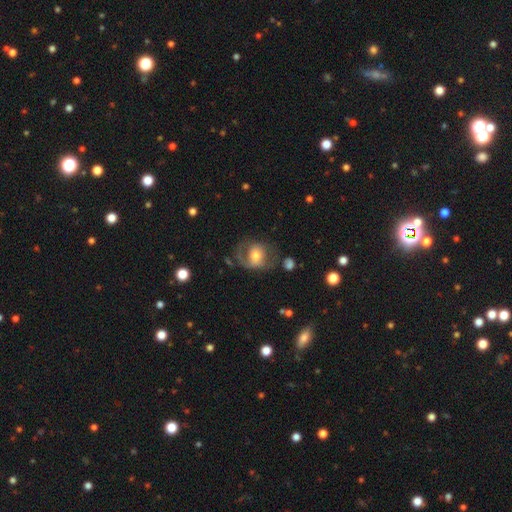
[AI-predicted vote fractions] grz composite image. It shows a featured or disk galaxy (52%). Merging: none (48%).